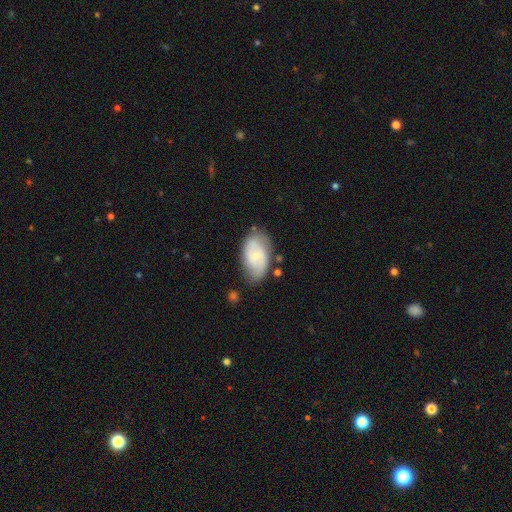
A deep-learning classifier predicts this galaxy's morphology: Smooth or featured: featured or disk — 53% (smooth — 41%)
Edge-on disk: no — 95% (yes — 5%)
Bar: no — 61% (weak — 32%)
Spiral arms: yes — 75% (no — 25%)
Bulge size: small — 70% (moderate — 24%)
Merging: none — 66% (minor disturbance — 24%)